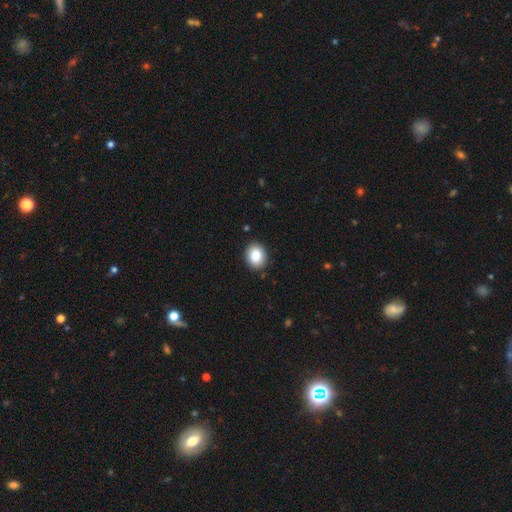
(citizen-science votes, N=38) Smooth or featured? 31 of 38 (82%) said smooth. How rounded? 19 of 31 (61%) said in between. Merging? 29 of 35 (83%) said none.